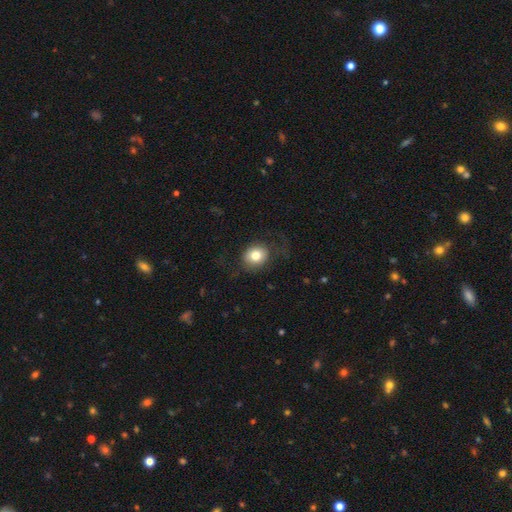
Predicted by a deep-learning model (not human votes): smooth 78%, featured or disk 12%, star or artifact 9%. Down the decision tree: how rounded — round (65%); merging — none (74%).